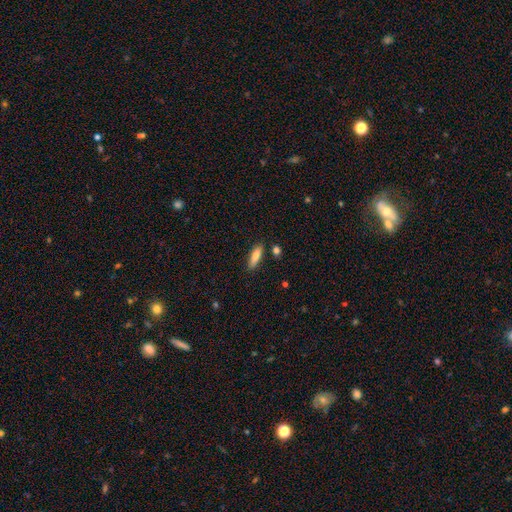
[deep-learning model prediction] This appears to be a smooth galaxy with no disk features (79%) that is cigar-shaped (54%). Merging: none (83%).